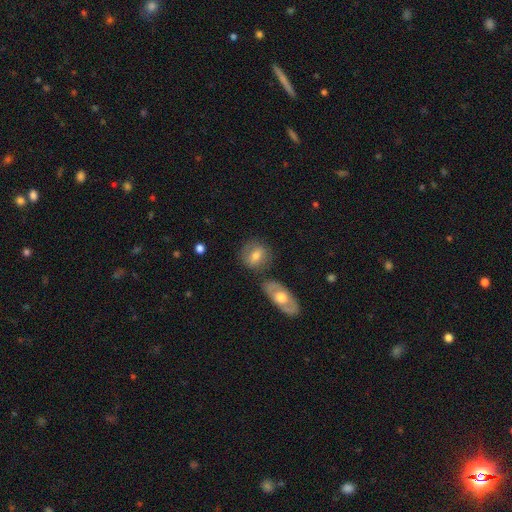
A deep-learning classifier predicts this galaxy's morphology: Smooth or featured: smooth — 62% (featured or disk — 31%)
How rounded: round — 56% (in between — 40%)
Merging: none — 70% (merger — 13%)